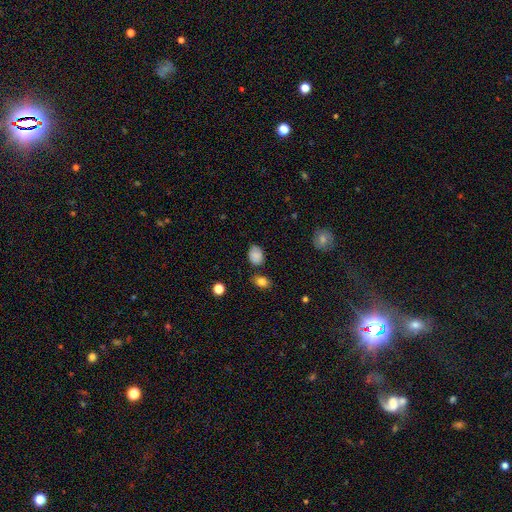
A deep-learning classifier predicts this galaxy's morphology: Q: Smooth or featured?
A: smooth (83%); runner-up: star or artifact (10%)
Q: How rounded?
A: in between (63%); runner-up: round (36%)
Q: Merging?
A: none (71%); runner-up: minor disturbance (20%)